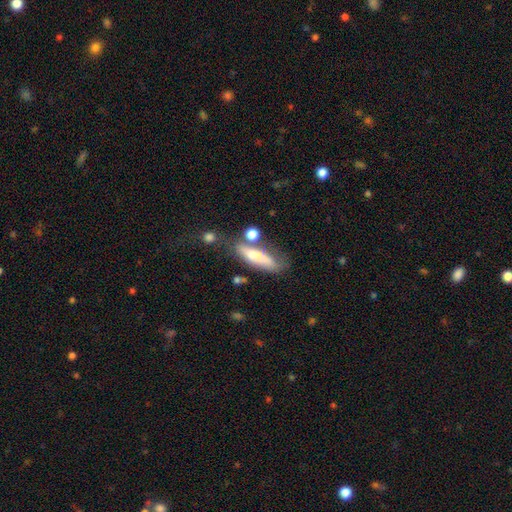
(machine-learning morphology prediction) smooth-or-featured: smooth: 65% | featured or disk: 28% | star or artifact: 8%
  how-rounded: cigar-shaped: 59% | in between: 37% | round: 4%
  merging: none: 48% | minor disturbance: 23% | merger: 17% | major disturbance: 13%